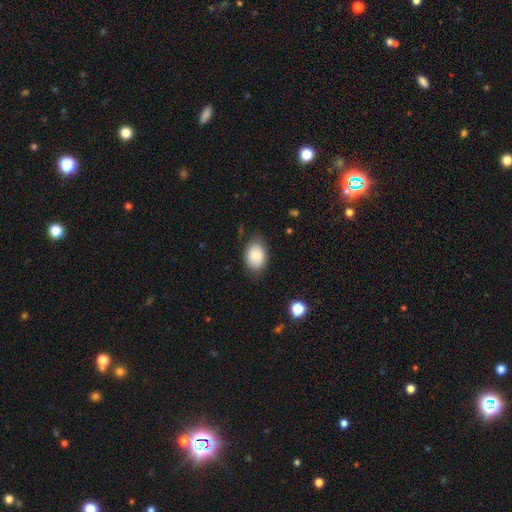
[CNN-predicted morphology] smooth-or-featured: smooth: 86% | star or artifact: 7% | featured or disk: 7%
  how-rounded: in between: 81% | round: 18% | cigar-shaped: 1%
  merging: none: 77% | minor disturbance: 18% | major disturbance: 4% | merger: 1%